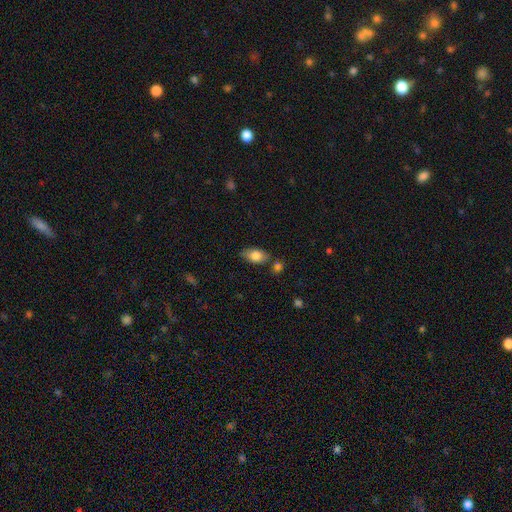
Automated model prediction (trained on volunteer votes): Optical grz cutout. It shows a smooth galaxy with no disk features (79%) that is in between round and cigar-shaped (89%). Merging: none (73%).